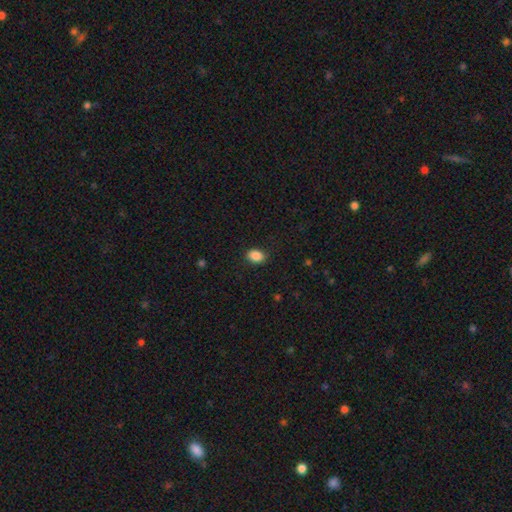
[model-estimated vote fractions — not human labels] Smooth or featured? smooth (88%)
How rounded? in between (74%)
Merging? none (87%)